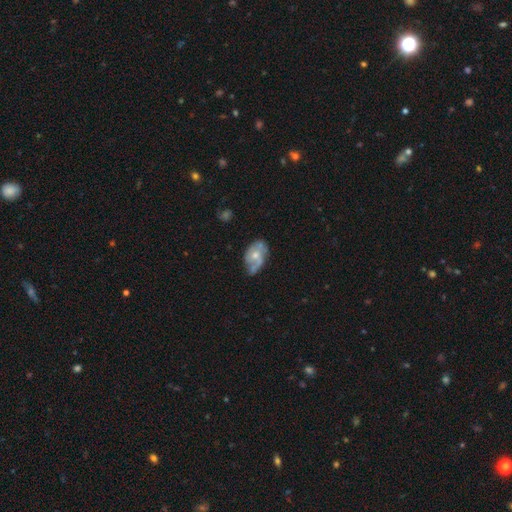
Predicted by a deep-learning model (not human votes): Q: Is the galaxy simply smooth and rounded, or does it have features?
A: featured or disk — 60%.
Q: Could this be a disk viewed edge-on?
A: no — 95%.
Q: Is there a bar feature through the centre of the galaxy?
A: no — 77%.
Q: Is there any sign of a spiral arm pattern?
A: yes — 62%.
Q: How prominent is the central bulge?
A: moderate — 53%.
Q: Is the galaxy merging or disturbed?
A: none — 43%.